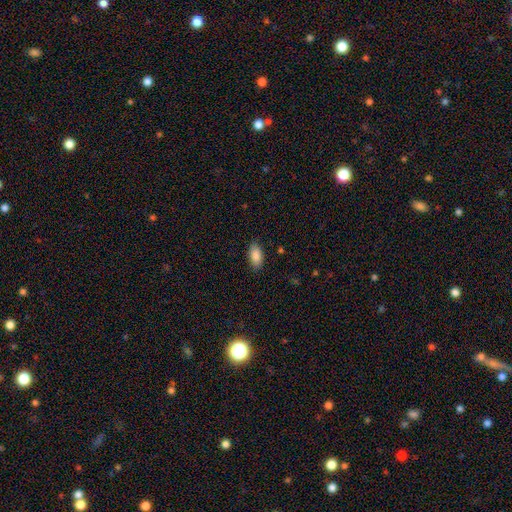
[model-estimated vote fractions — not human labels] smooth-or-featured: smooth: 87% | star or artifact: 7% | featured or disk: 6%
  how-rounded: in between: 92% | cigar-shaped: 5% | round: 3%
  merging: none: 86% | minor disturbance: 10% | major disturbance: 2% | merger: 1%